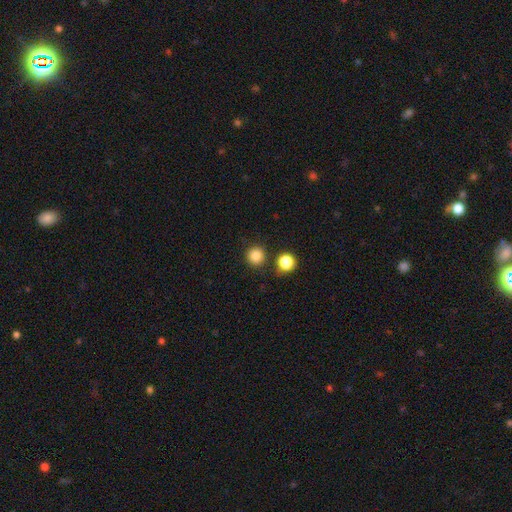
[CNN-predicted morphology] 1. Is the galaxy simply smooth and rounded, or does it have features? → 84% smooth, 12% star or artifact, 4% featured or disk.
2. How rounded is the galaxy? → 94% round, 5% in between, 1% cigar-shaped.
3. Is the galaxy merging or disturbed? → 84% none, 7% minor disturbance, 6% merger, 2% major disturbance.